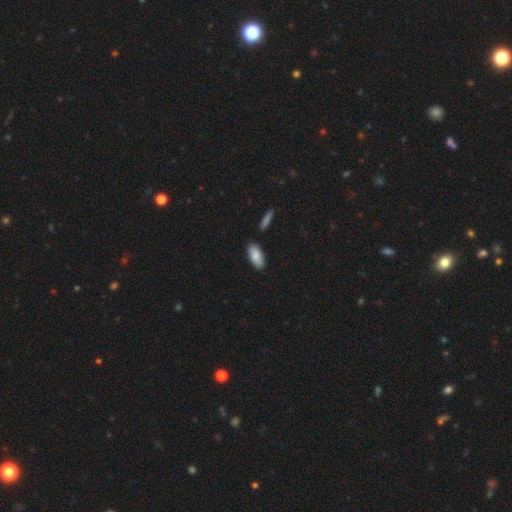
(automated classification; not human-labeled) Smooth or featured? Predicted: smooth (p=0.84). How rounded? Predicted: in between (p=0.90). Merging? Predicted: none (p=0.83).